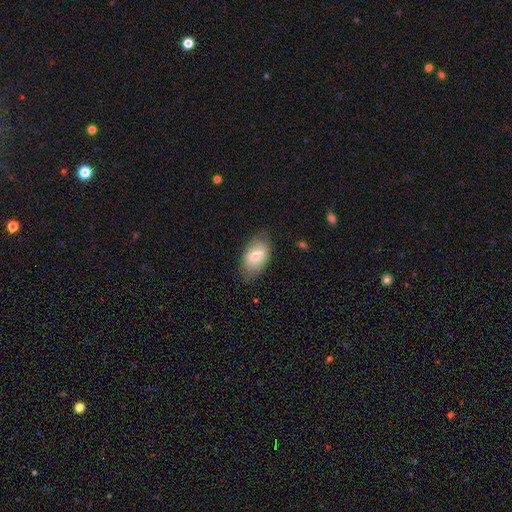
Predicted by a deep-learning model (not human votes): Smooth or featured? Predicted: smooth (p=0.70). How rounded? Predicted: in between (p=0.91). Merging? Predicted: none (p=0.75).